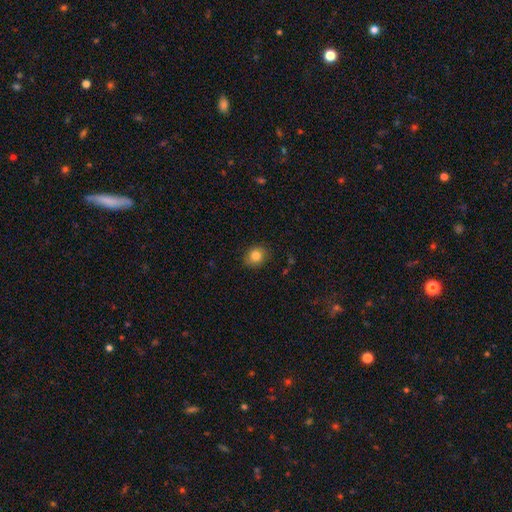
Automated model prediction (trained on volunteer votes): A smooth galaxy with no disk features (82%) that is round (68%).

Vote fractions:
- Smooth or featured? smooth: 82% / star or artifact: 11% / featured or disk: 7%
- How rounded? round: 68% / in between: 31% / cigar-shaped: 1%
- Merging? none: 87% / minor disturbance: 10% / major disturbance: 2% / merger: 1%